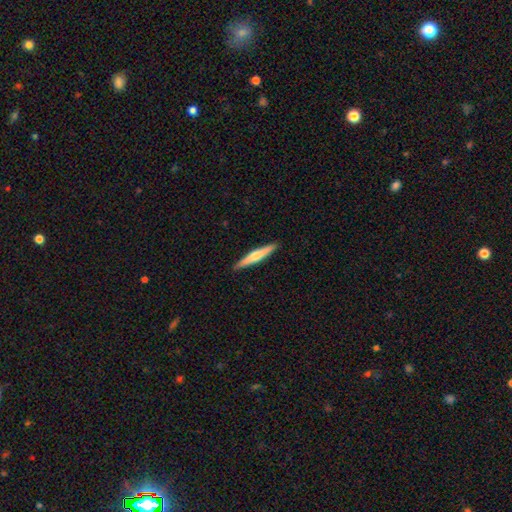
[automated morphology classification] Q: Smooth or featured?
A: smooth (53%); runner-up: featured or disk (42%)
Q: How rounded?
A: cigar-shaped (94%); runner-up: in between (5%)
Q: Merging?
A: none (91%); runner-up: minor disturbance (6%)